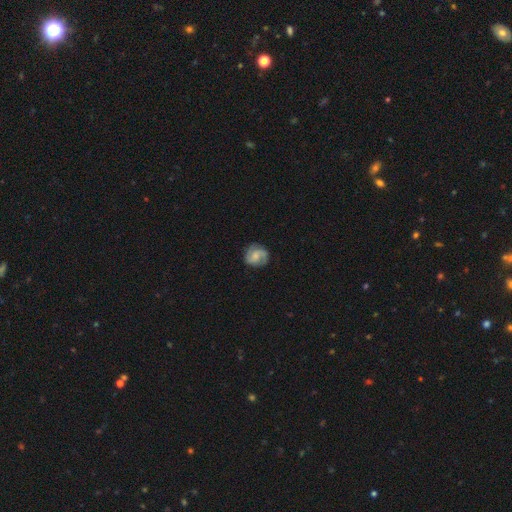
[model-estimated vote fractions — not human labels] Smooth or featured? featured or disk (66%)
Edge-on disk? no (98%)
Bar? no (49%)
Spiral arms? yes (94%)
Spiral winding? medium (48%)
Spiral arm count? 2 (74%)
Bulge size? small (41%)
Merging? none (80%)